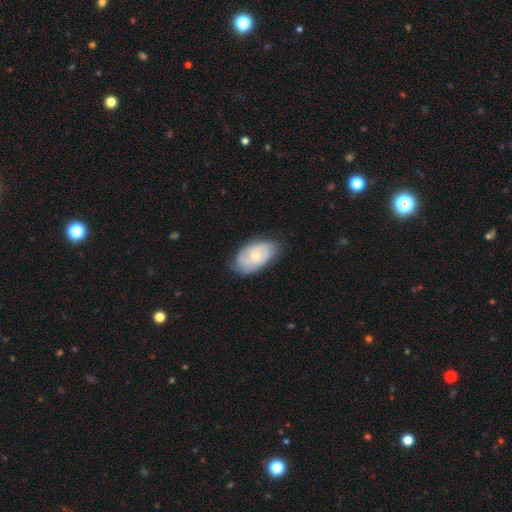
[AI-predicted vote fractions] A featured or disk galaxy (58%) with no bar (65%), spiral arms (85%) and a small central bulge (53%).

Vote fractions:
- Smooth or featured? featured or disk: 58% / smooth: 36% / star or artifact: 6%
- Edge-on disk? no: 96% / yes: 4%
- Bar? no: 65% / weak: 31% / strong: 4%
- Spiral arms? yes: 85% / no: 15%
- Bulge size? small: 53% / moderate: 39% / none: 5% / large: 2% / dominant: 1%
- Merging? none: 71% / minor disturbance: 23% / major disturbance: 5% / merger: 1%